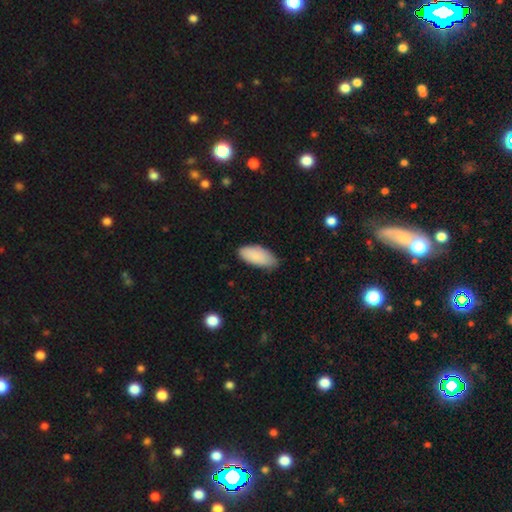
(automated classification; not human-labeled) This appears to be a smooth galaxy with no disk features (88%) that is in between round and cigar-shaped (90%). Merging: none (73%).